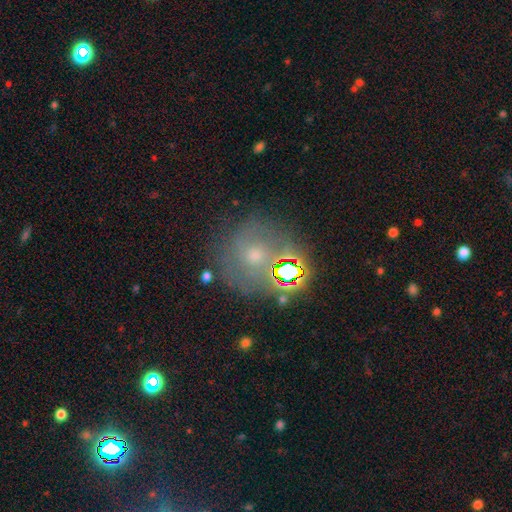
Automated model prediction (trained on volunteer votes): A smooth galaxy with no disk features (52%) that is round (83%). Merging: none (66%).